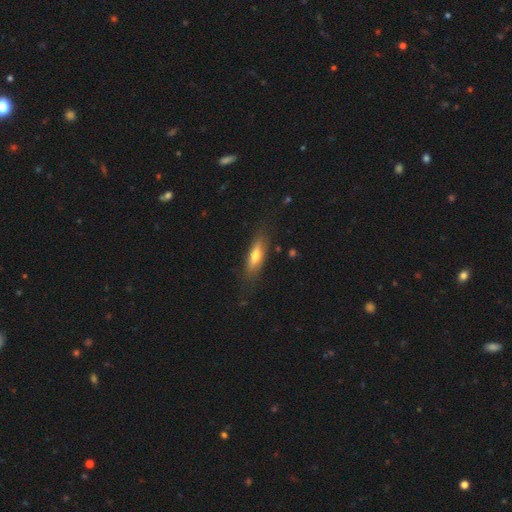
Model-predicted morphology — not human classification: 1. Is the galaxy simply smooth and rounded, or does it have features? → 65% smooth, 29% featured or disk, 7% star or artifact.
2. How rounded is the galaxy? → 50% in between, 48% cigar-shaped, 2% round.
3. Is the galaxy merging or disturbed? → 77% none, 17% minor disturbance, 5% major disturbance, 2% merger.